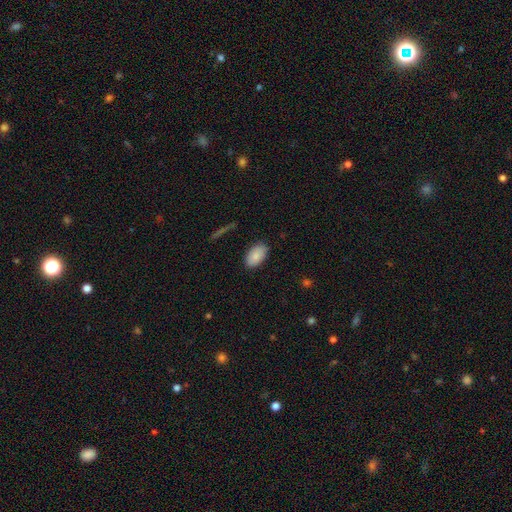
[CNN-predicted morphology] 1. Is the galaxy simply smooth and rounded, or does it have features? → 84% smooth, 9% featured or disk, 7% star or artifact.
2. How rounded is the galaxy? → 94% in between, 4% round, 2% cigar-shaped.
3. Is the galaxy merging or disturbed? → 85% none, 11% minor disturbance, 2% major disturbance, 1% merger.